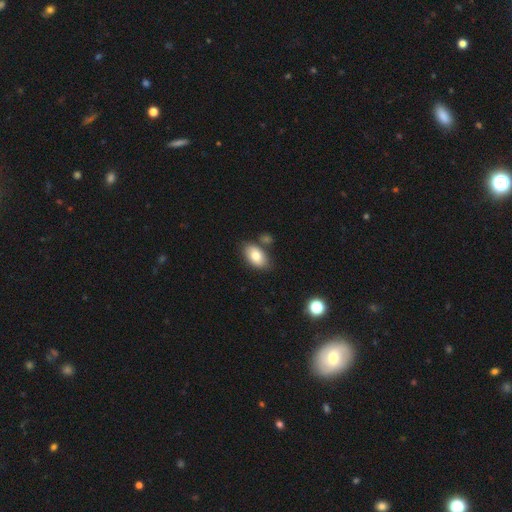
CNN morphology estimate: Overall: smooth (80%). How rounded: in between (92%). Merging: none (73%).